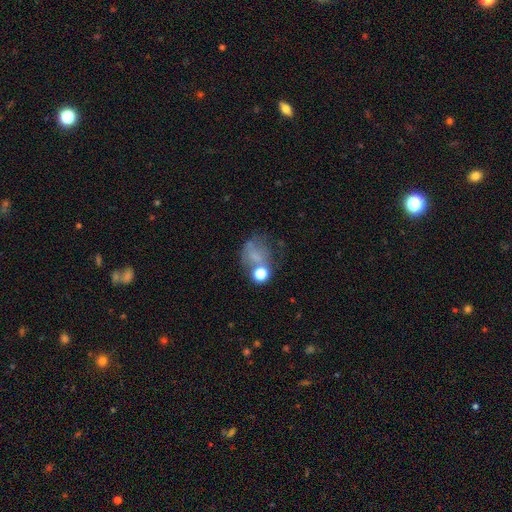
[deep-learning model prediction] Smooth or featured? Predicted: smooth (p=0.53). How rounded? Predicted: round (p=0.57). Merging? Predicted: none (p=0.32).